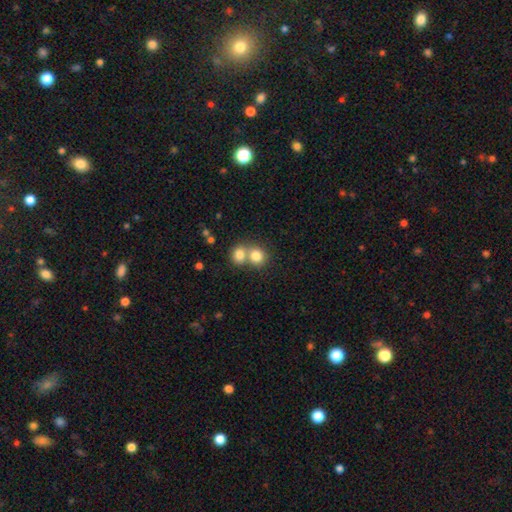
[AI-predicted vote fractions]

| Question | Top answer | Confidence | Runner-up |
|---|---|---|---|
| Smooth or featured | smooth | 79% | featured or disk (11%) |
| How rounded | round | 77% | in between (22%) |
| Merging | merger | 56% | none (36%) |